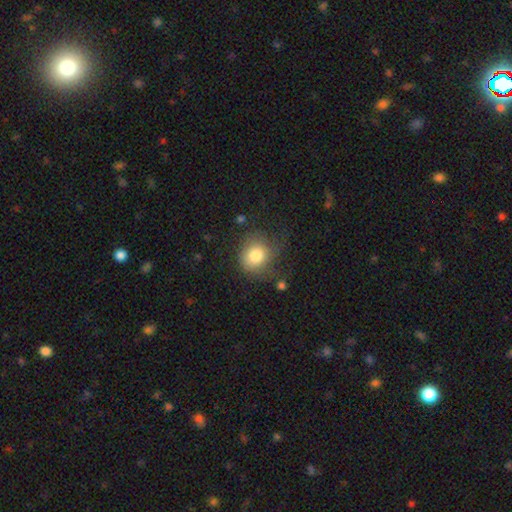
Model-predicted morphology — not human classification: smooth-or-featured: smooth: 80% | featured or disk: 11% | star or artifact: 9%
  how-rounded: round: 75% | in between: 25% | cigar-shaped: 1%
  merging: none: 57% | minor disturbance: 24% | major disturbance: 16% | merger: 3%